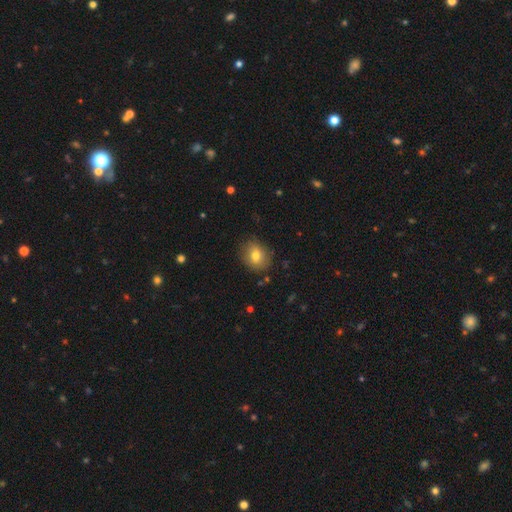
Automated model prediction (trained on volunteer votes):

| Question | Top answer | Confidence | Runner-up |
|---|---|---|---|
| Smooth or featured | smooth | 76% | featured or disk (14%) |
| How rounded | round | 57% | in between (42%) |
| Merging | none | 82% | minor disturbance (13%) |